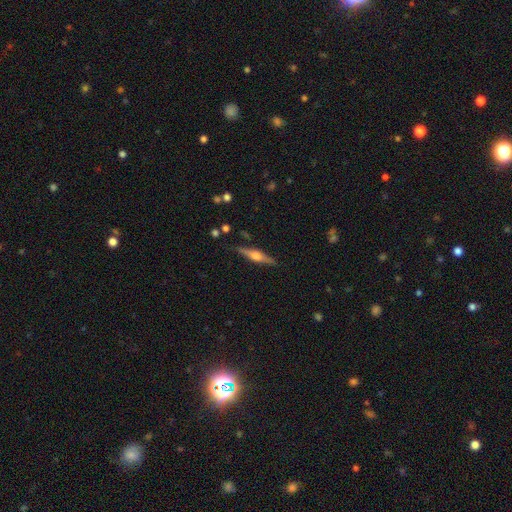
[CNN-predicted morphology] Smooth or featured?
  - featured or disk: 72% *
  - smooth: 22%
  - star or artifact: 6%
Edge-on disk?
  - yes: 97% *
  - no: 3%
Edge-on bulge?
  - rounded: 90% *
  - boxy: 7%
  - none: 2%
Merging?
  - none: 87% *
  - minor disturbance: 9%
  - major disturbance: 2%
  - merger: 2%